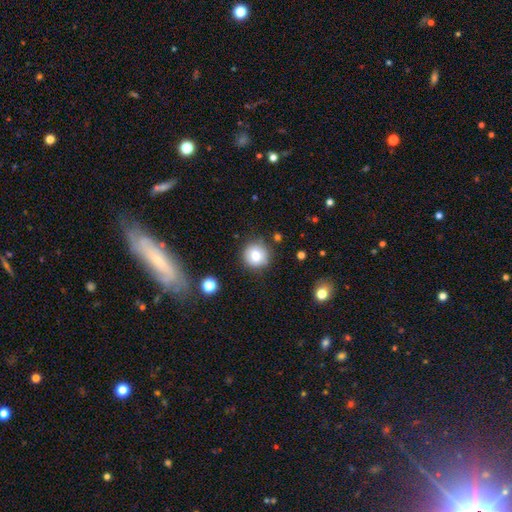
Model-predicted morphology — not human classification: The model was most divided on "smooth or featured": smooth: 74%, featured or disk: 15%, star or artifact: 11%. More confident: how rounded — round (92%); merging — none (83%).